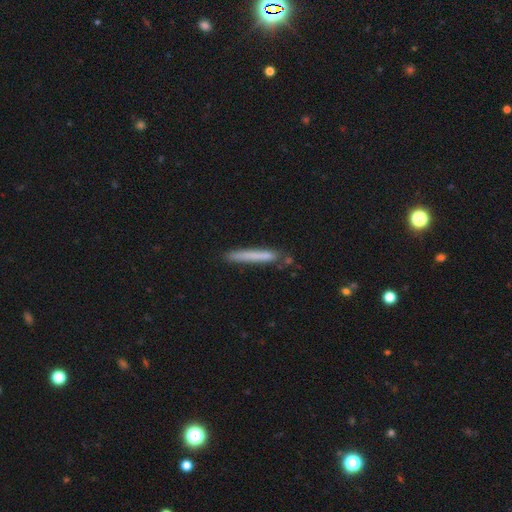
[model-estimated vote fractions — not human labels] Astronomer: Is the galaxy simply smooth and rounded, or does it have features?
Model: smooth — 70%.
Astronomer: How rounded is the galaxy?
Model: cigar-shaped — 96%.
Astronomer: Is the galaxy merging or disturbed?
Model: none — 81%.